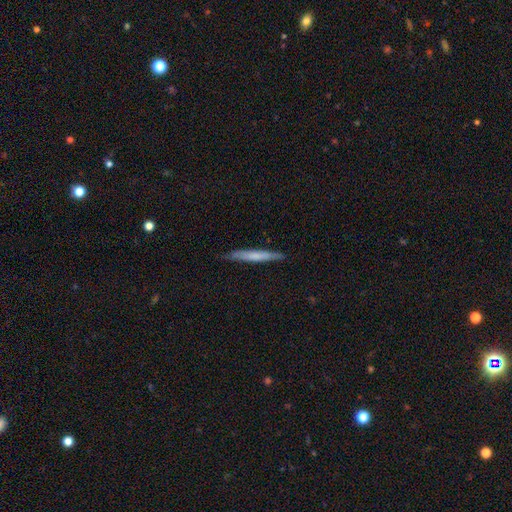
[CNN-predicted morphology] Overall: smooth (60%; featured or disk 34%). How rounded: cigar-shaped (96%). Merging: none (87%).